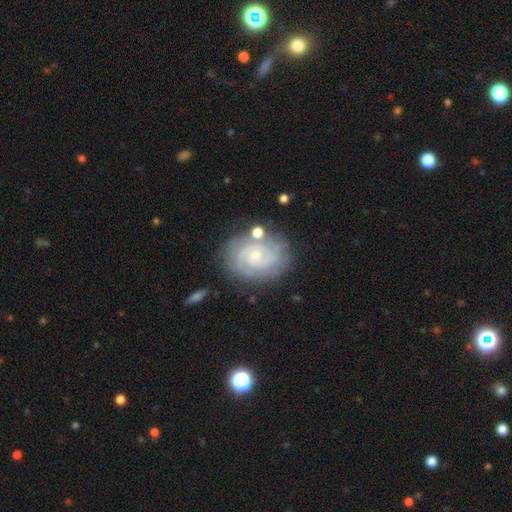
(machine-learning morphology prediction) featured or disk 85%, smooth 8%, star or artifact 6%. Down the decision tree: edge-on disk — no (98%); bar — no (73%); spiral arms — yes (97%); spiral arm count — 2 (41%); spiral winding — tight (77%); bulge size — small (75%); merging — none (77%).